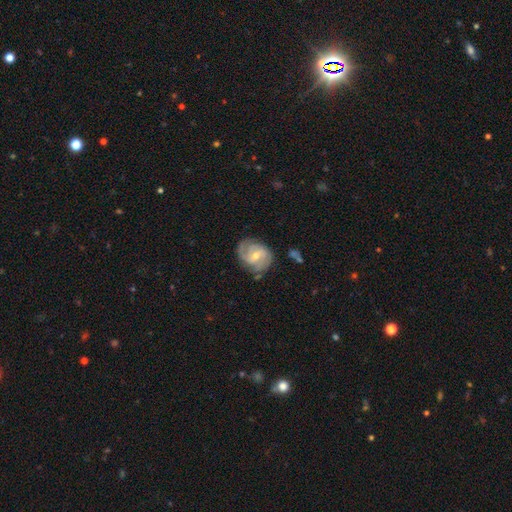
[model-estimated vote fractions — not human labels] This appears to be a featured or disk galaxy (81%) with a weak bar (55%), 2 (55%) medium (44%) spiral arms (94%) and a moderate central bulge (52%). Merging: none (68%).